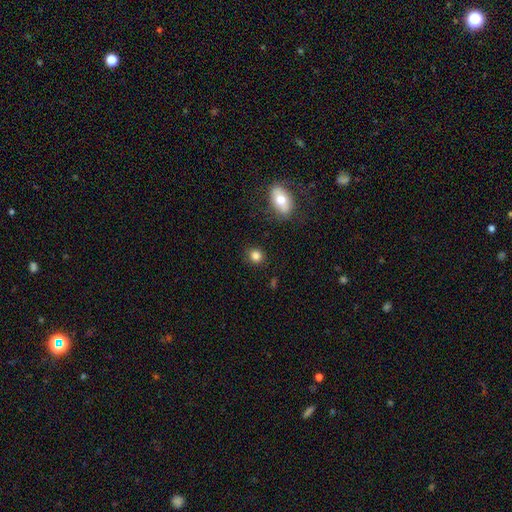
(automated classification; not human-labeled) Overall: smooth (83%). How rounded: round (76%). Merging: none (87%).